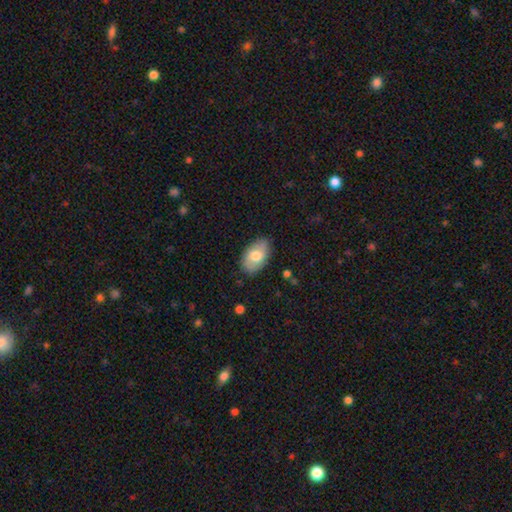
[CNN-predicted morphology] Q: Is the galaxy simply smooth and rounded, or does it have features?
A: smooth — 68%.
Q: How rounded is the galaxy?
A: in between — 93%.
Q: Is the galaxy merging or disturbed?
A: none — 80%.